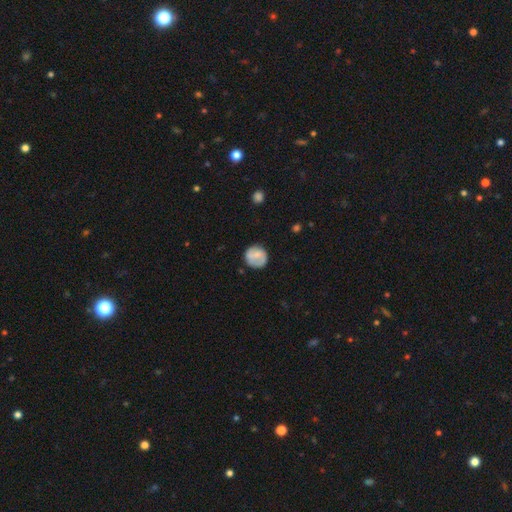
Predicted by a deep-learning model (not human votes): This is possibly a smooth galaxy (60%). How rounded: clearly round (87%). Merging: likely none (73%).